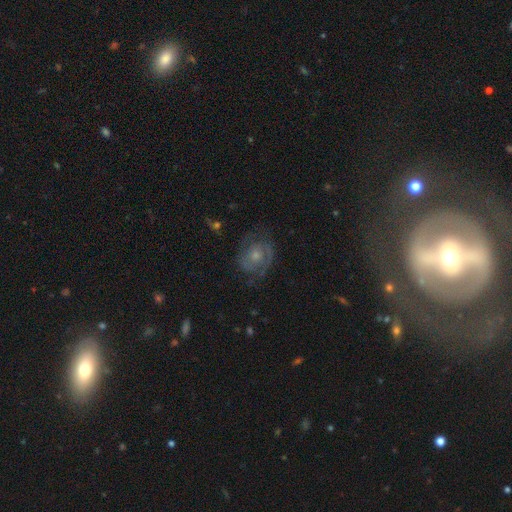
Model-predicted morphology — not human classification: type=featured or disk (69%); edge-on=no (97%); bar=no (76%); spiral arms=yes (83%); winding=tight (46%); arm count=2 (63%); bulge=moderate (45%, tied with small); merging=none (68%).